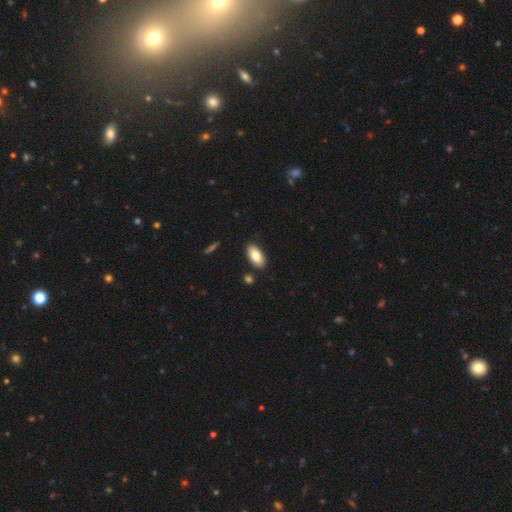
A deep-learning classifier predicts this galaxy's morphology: A smooth galaxy with no disk features (81%) that is in between round and cigar-shaped (93%). Merging: none (88%).